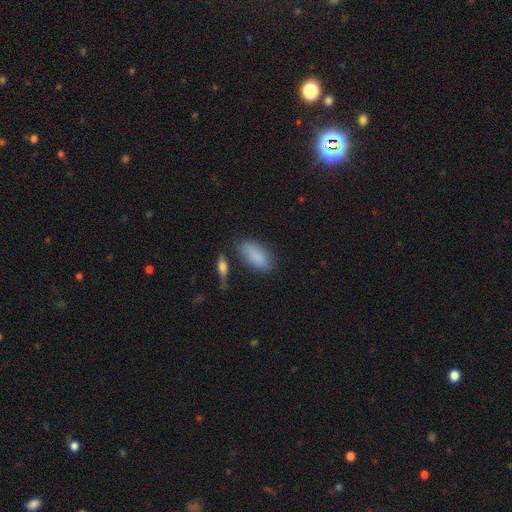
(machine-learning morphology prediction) Smooth or featured: smooth — 87% (featured or disk — 7%)
How rounded: in between — 90% (cigar-shaped — 8%)
Merging: none — 74% (minor disturbance — 16%)